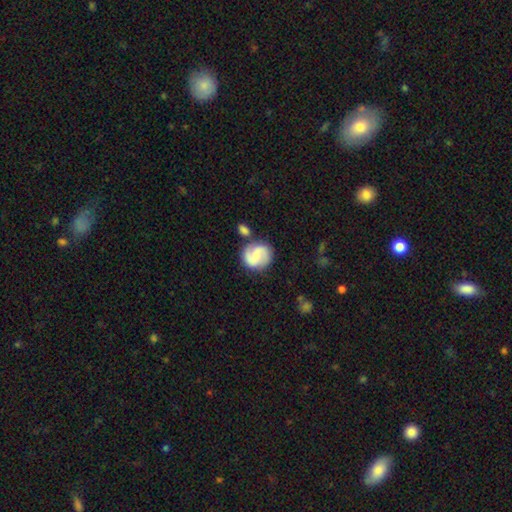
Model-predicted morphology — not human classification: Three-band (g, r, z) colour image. It shows a featured or disk galaxy (64%) with a weak bar (49%), 2 (89%) medium (48%) spiral arms (93%) and a small central bulge (49%). Merging: none (67%).